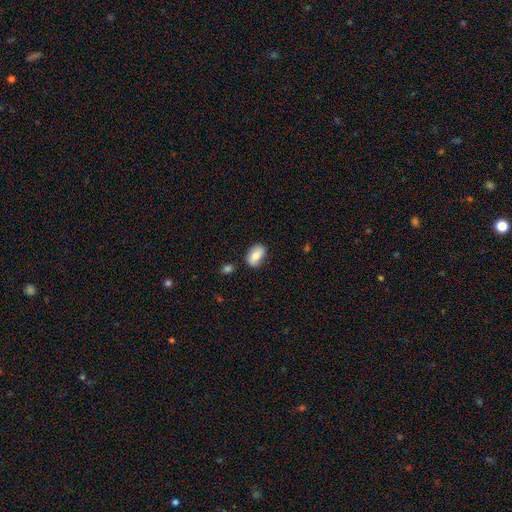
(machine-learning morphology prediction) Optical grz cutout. It shows a smooth galaxy with no disk features (78%) that is in between round and cigar-shaped (89%). Merging: none (76%).